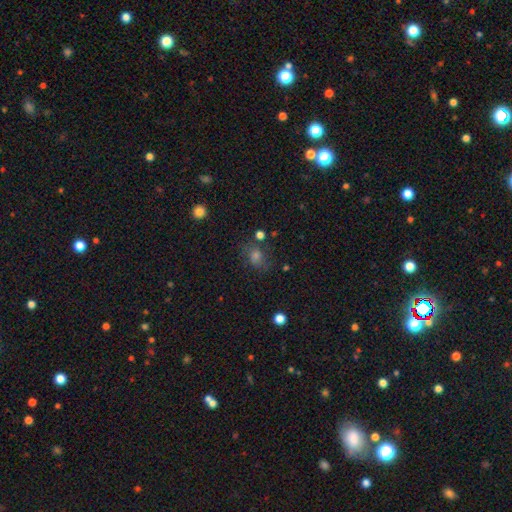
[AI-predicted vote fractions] Smooth or featured? Predicted: smooth (p=0.52). How rounded? Predicted: in between (p=0.49, tied with round). Merging? Predicted: none (p=0.67).